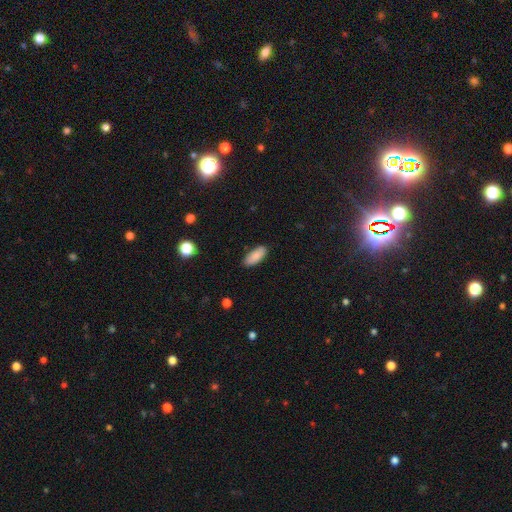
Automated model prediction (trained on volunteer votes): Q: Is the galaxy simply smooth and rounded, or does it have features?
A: smooth — 85%.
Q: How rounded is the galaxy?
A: in between — 84%.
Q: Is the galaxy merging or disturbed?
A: none — 86%.